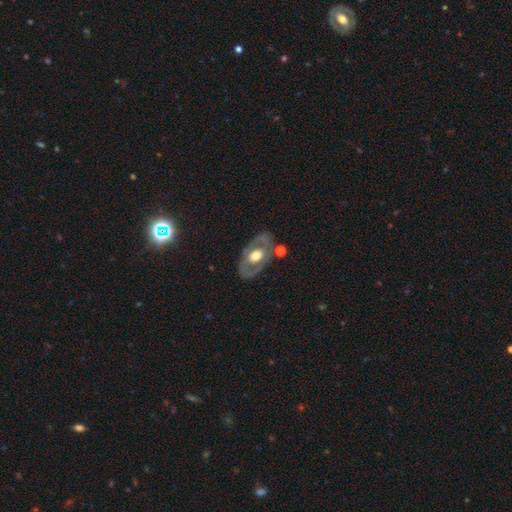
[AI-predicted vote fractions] featured or disk 67%, smooth 27%, star or artifact 6%. Down the decision tree: edge-on disk — no (90%); bar — no (77%); spiral arms — no (65%); bulge size — moderate (61%); merging — none (73%).